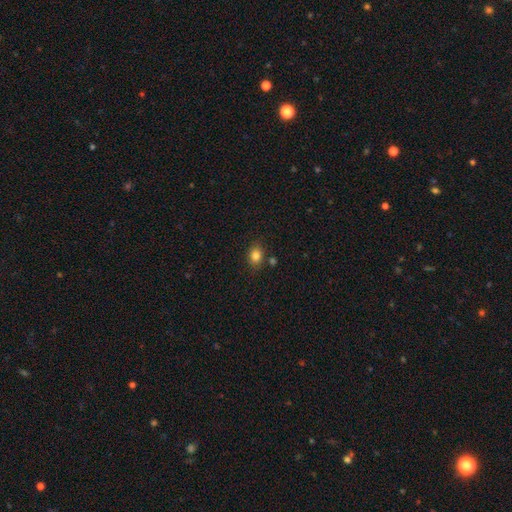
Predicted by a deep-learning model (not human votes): Smooth or featured? smooth (83%)
How rounded? in between (57%)
Merging? none (79%)